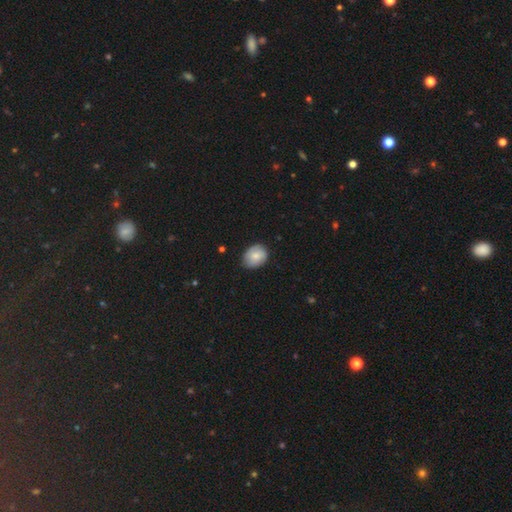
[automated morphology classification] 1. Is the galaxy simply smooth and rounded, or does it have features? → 80% smooth, 13% featured or disk, 7% star or artifact.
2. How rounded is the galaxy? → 55% in between, 44% round, 1% cigar-shaped.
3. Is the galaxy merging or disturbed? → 76% none, 20% minor disturbance, 3% major disturbance, 1% merger.